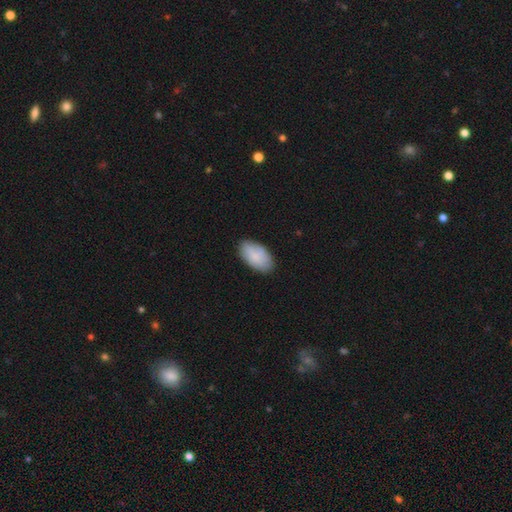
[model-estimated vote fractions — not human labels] This is clearly a smooth galaxy (82%). How rounded: clearly in between (95%). Merging: clearly none (81%).